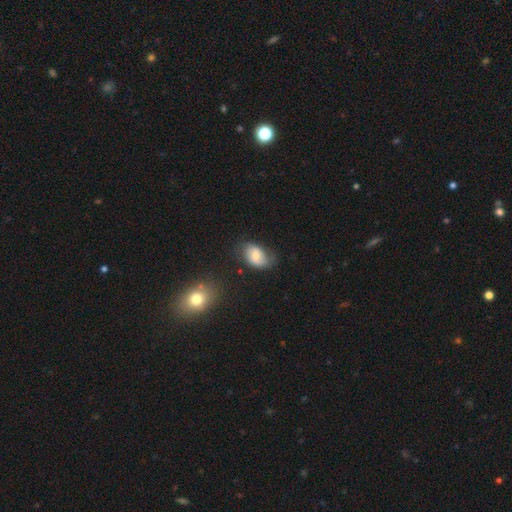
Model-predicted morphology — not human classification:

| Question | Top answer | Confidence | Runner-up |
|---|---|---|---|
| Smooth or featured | smooth | 56% | featured or disk (36%) |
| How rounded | in between | 84% | round (15%) |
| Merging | none | 57% | minor disturbance (30%) |